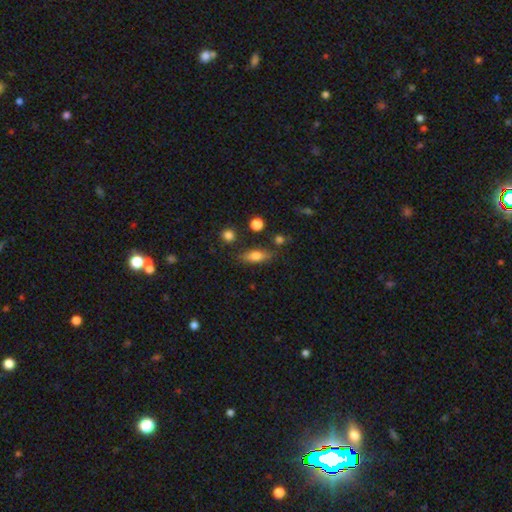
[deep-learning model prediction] Q: Smooth or featured?
A: smooth (74%); runner-up: featured or disk (18%)
Q: How rounded?
A: in between (70%); runner-up: cigar-shaped (25%)
Q: Merging?
A: none (78%); runner-up: minor disturbance (14%)